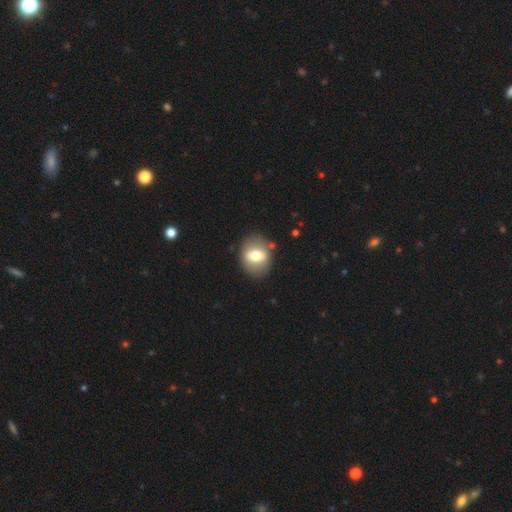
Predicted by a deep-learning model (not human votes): Smooth or featured? Predicted: smooth (p=0.59). How rounded? Predicted: in between (p=0.55). Merging? Predicted: none (p=0.82).